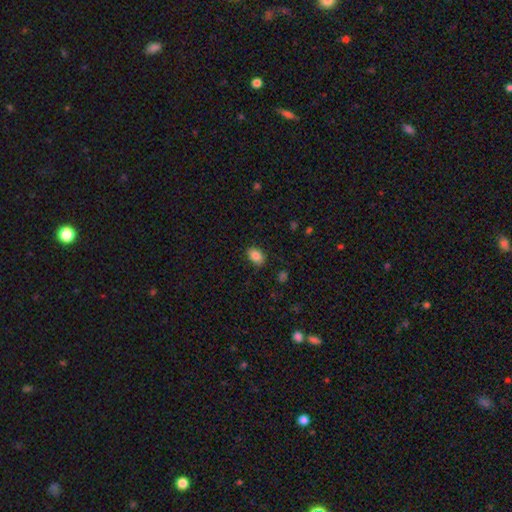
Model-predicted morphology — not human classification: A smooth galaxy with no disk features (86%) that is in between round and cigar-shaped (82%).

Vote fractions:
- Smooth or featured? smooth: 86% / star or artifact: 9% / featured or disk: 5%
- How rounded? in between: 82% / round: 17% / cigar-shaped: 1%
- Merging? none: 85% / minor disturbance: 11% / major disturbance: 3% / merger: 1%